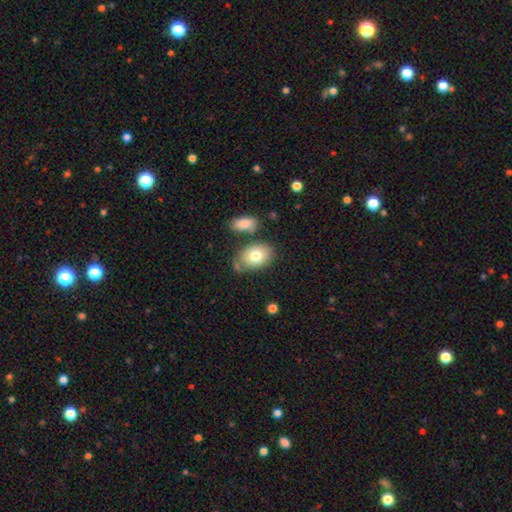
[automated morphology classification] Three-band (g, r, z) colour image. It shows a smooth galaxy with no disk features (76%) that is in between round and cigar-shaped (80%). Merging: none (62%).